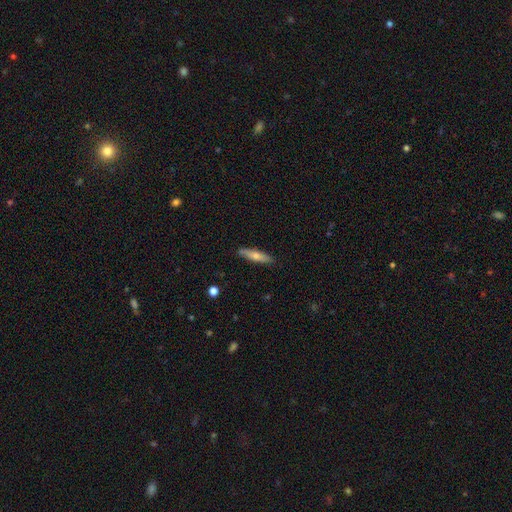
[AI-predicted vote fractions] smooth_or_featured: smooth (p=0.62) [alt: featured or disk p=0.32]
how_rounded: cigar-shaped (p=0.80) [alt: in between p=0.18]
merging: none (p=0.88) [alt: minor disturbance p=0.09]